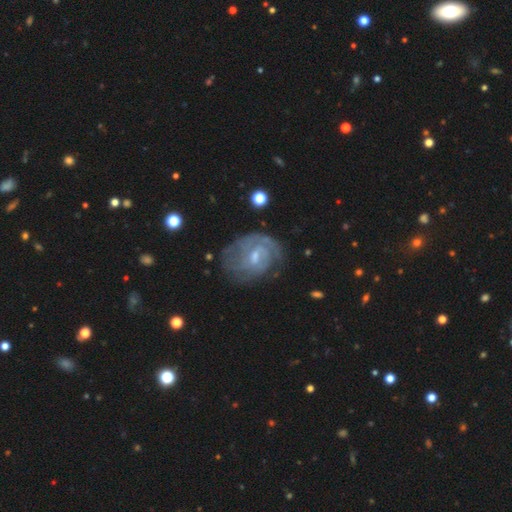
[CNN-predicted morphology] Smooth or featured? featured or disk (79%)
Edge-on disk? no (97%)
Bar? weak (57%)
Spiral arms? yes (89%)
Spiral winding? tight (58%)
Spiral arm count? can't tell (40%)
Bulge size? small (49%)
Merging? none (64%)